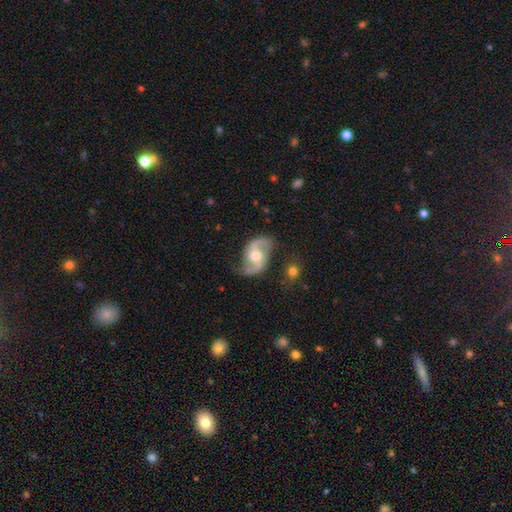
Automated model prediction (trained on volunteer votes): featured or disk 83%, smooth 12%, star or artifact 5%. Down the decision tree: edge-on disk — no (96%); bar — weak (45%); spiral arms — yes (92%); spiral arm count — 2 (91%); spiral winding — loose (44%); bulge size — moderate (71%); merging — none (67%).